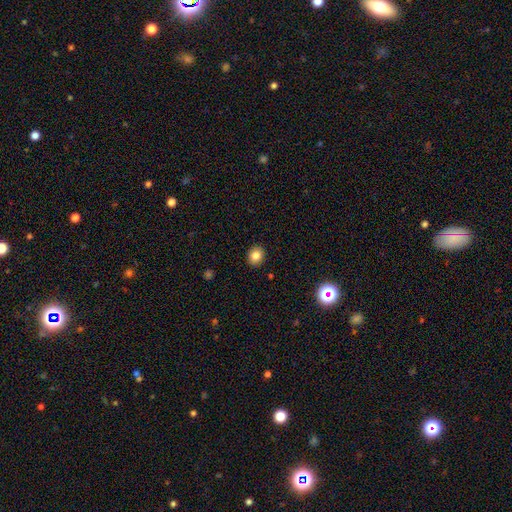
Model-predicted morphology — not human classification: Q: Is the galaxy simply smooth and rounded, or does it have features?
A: smooth — 83%.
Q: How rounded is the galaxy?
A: round — 69%.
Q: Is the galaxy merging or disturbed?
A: none — 91%.